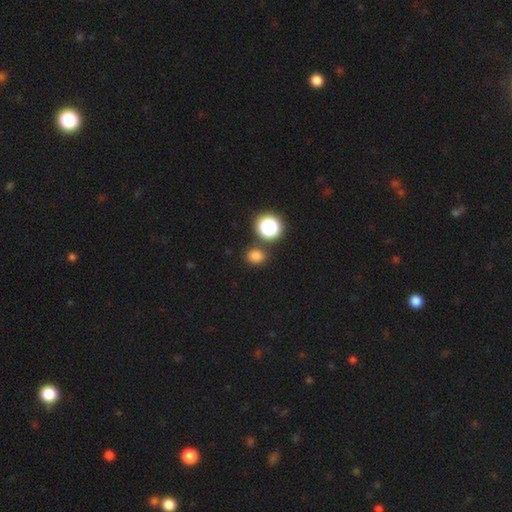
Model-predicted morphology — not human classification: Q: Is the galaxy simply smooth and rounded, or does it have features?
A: smooth — 76%.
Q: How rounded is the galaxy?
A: round — 64%.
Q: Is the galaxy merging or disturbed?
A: none — 81%.